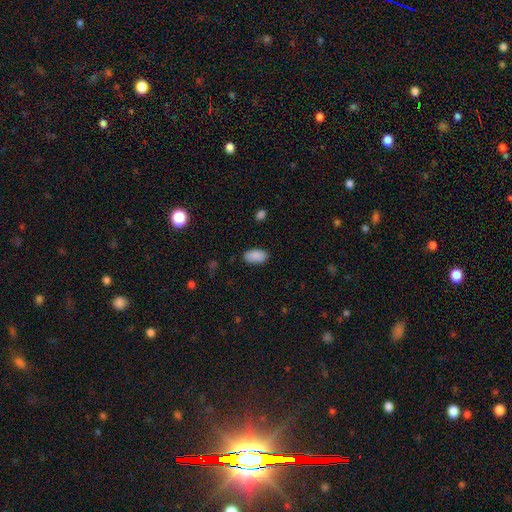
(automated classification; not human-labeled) A smooth galaxy with no disk features (90%) that is in between round and cigar-shaped (95%). Merging: none (87%).